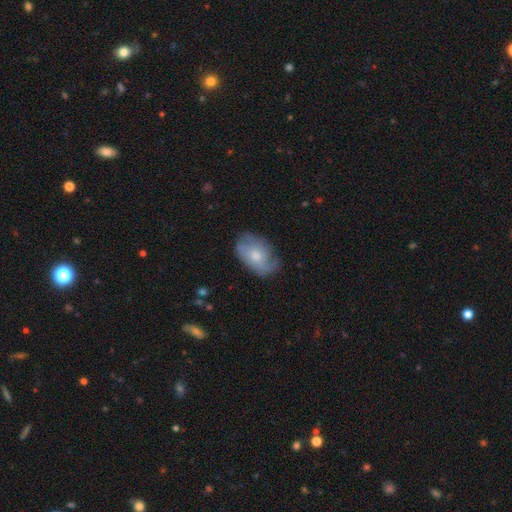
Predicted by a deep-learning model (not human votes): featured or disk 50%, smooth 44%, star or artifact 7%. Down the decision tree: merging — none (64%).